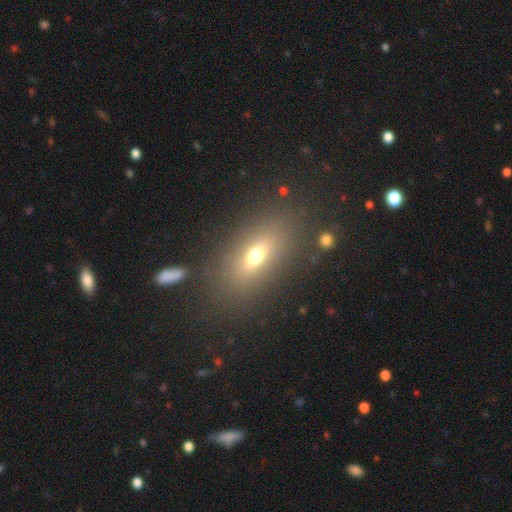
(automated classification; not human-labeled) The model was most divided on "smooth or featured": smooth: 62%, featured or disk: 23%, star or artifact: 15%. More confident: merging — none (80%); how rounded — in between (72%).